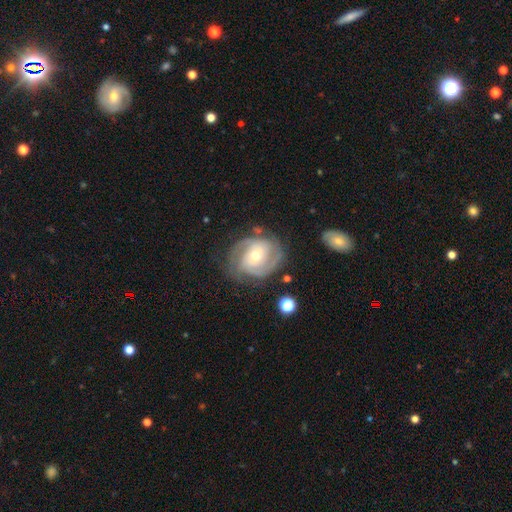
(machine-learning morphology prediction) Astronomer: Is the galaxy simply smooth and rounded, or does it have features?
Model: featured or disk — 87%.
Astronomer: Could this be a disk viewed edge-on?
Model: no — 98%.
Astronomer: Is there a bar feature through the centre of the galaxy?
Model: no — 56% (runner-up: weak, 33%).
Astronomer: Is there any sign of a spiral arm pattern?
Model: yes — 96%.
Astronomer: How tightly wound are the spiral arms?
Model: tight — 59% (runner-up: medium, 34%).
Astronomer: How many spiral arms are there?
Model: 2 — 54%.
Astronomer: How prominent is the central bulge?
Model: moderate — 58% (runner-up: small, 37%).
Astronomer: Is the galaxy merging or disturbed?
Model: none — 73%.